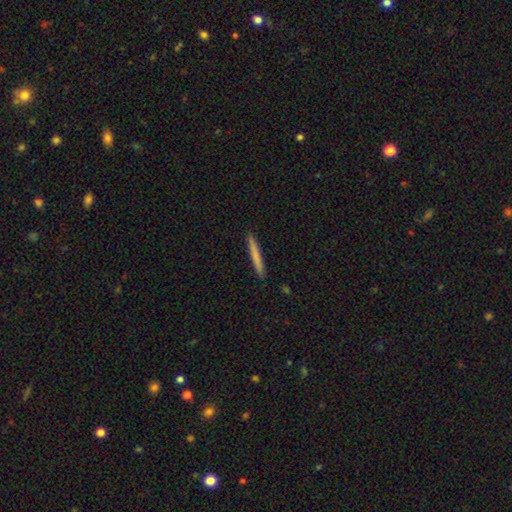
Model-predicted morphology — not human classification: type=smooth (74%); roundness=cigar-shaped (97%); merging=none (92%).